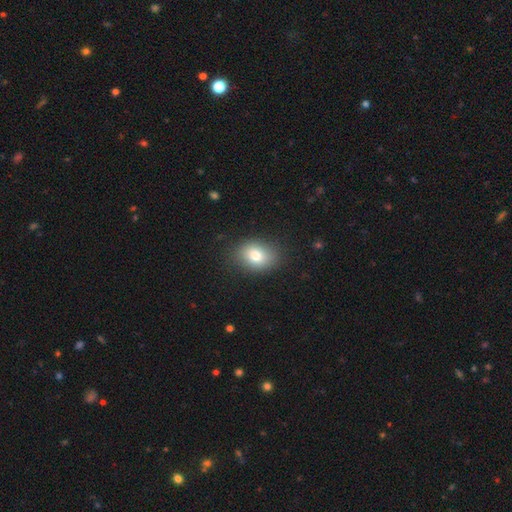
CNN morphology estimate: This is likely a smooth galaxy (80%). How rounded: likely in between (72%). Merging: clearly none (84%).